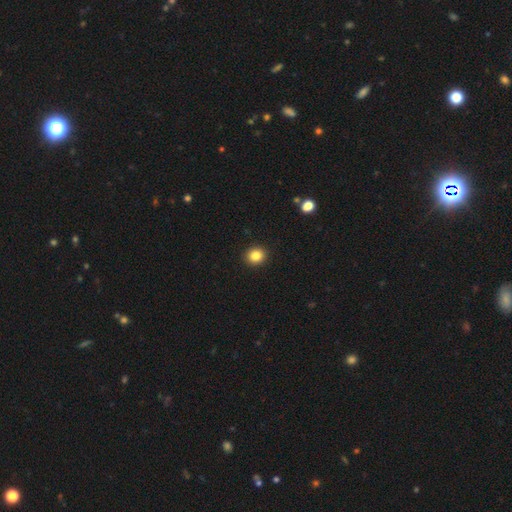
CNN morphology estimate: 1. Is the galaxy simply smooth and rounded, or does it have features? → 85% smooth, 10% star or artifact, 4% featured or disk.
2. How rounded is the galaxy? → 77% round, 22% in between, 1% cigar-shaped.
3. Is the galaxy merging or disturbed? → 92% none, 5% minor disturbance, 2% major disturbance, 1% merger.